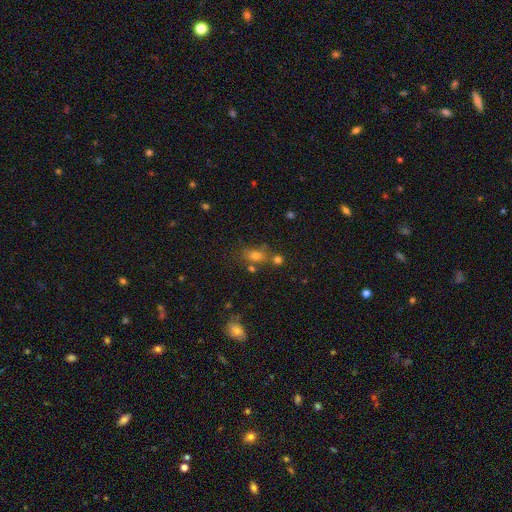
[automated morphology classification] A smooth galaxy with no disk features (62%) that is in between round and cigar-shaped (60%).

Vote fractions:
- Smooth or featured? smooth: 62% / star or artifact: 25% / featured or disk: 12%
- How rounded? in between: 60% / round: 35% / cigar-shaped: 5%
- Merging? none: 61% / merger: 19% / minor disturbance: 14% / major disturbance: 6%